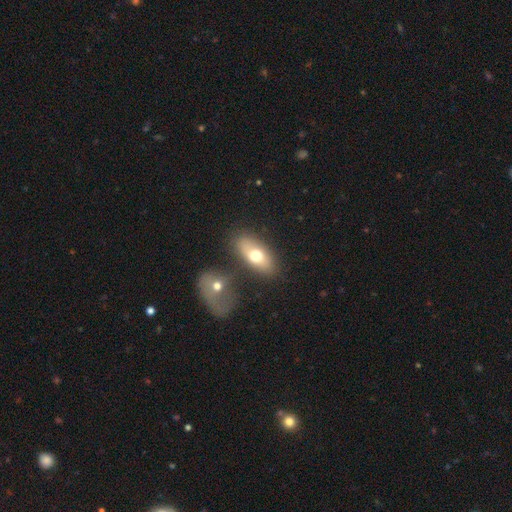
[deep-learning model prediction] smooth 67%, featured or disk 26%, star or artifact 7%. Down the decision tree: how rounded — in between (86%); merging — none (70%).